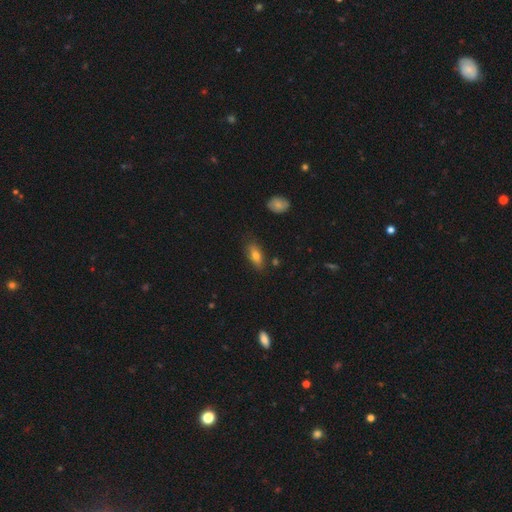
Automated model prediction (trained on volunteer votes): Smooth or featured?
  - smooth: 73% *
  - featured or disk: 19%
  - star or artifact: 8%
How rounded?
  - in between: 75% *
  - cigar-shaped: 21%
  - round: 4%
Merging?
  - none: 79% *
  - minor disturbance: 16%
  - major disturbance: 3%
  - merger: 2%